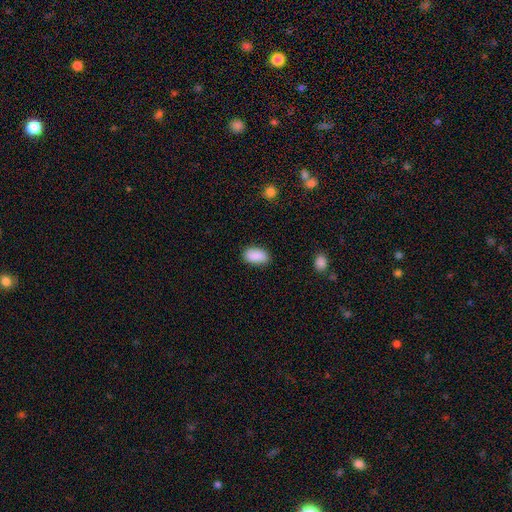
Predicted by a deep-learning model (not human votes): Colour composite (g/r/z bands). It shows a smooth galaxy with no disk features (90%) that is in between round and cigar-shaped (93%). Merging: none (84%).